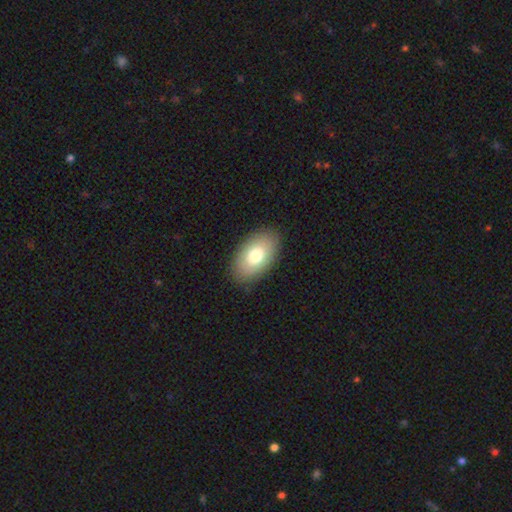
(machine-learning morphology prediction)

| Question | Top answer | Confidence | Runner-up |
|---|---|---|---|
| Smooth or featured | smooth | 77% | featured or disk (16%) |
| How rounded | in between | 94% | round (5%) |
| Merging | none | 87% | minor disturbance (9%) |